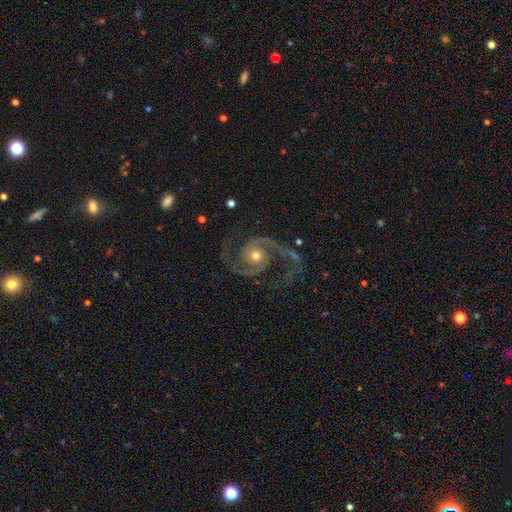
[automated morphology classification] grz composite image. It shows a featured or disk galaxy (93%) with no bar (73%), 2 (94%) medium (61%) spiral arms (98%) and a moderate central bulge (61%). Merging: none (77%).